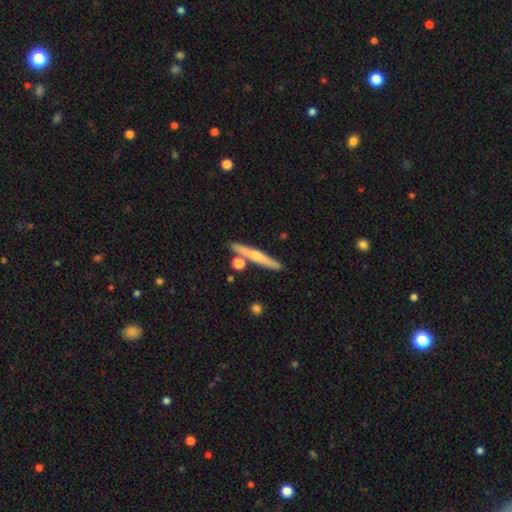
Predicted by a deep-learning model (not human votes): Smooth or featured? Predicted: smooth (p=0.47). Merging? Predicted: none (p=0.81).